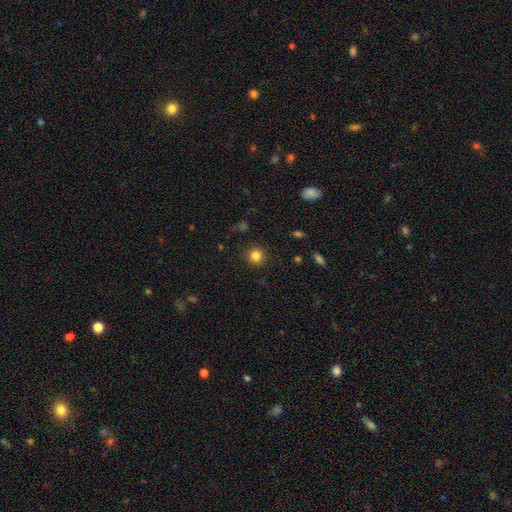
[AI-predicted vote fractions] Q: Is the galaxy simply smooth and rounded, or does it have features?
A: smooth — 83%.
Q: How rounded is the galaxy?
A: round — 90%.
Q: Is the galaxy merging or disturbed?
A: none — 88%.